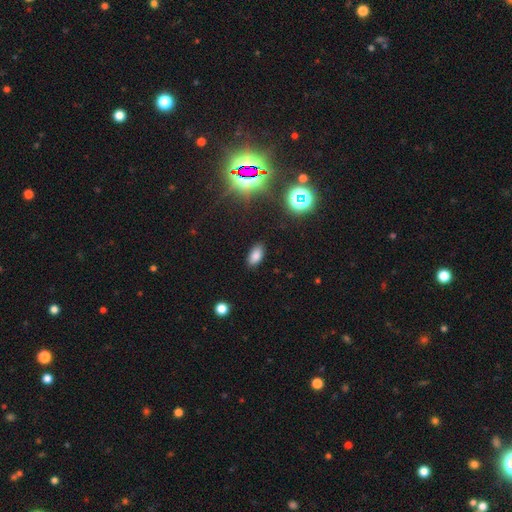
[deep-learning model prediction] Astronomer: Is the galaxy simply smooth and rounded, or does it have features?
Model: smooth — 79%.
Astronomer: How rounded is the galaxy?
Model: in between — 92%.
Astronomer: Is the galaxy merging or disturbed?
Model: none — 87%.